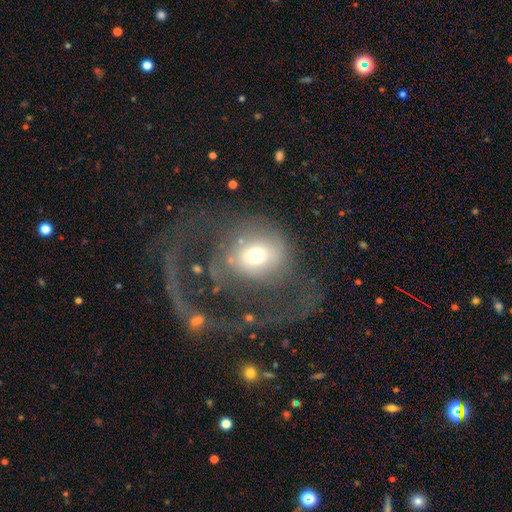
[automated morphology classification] smooth 55%, featured or disk 32%, star or artifact 13%. Down the decision tree: how rounded — round (77%); merging — major disturbance (50%).